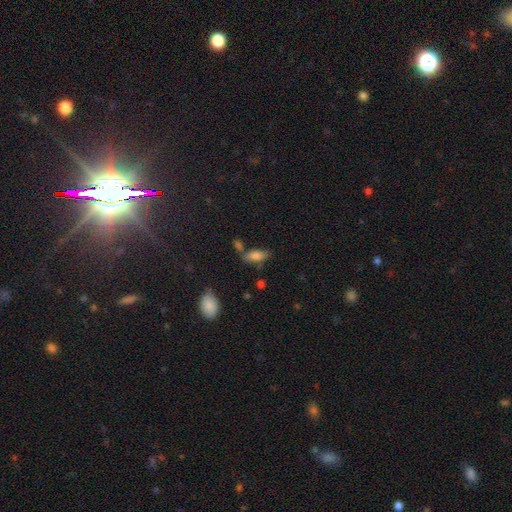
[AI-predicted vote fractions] Smooth or featured? Predicted: smooth (p=0.80). How rounded? Predicted: in between (p=0.78). Merging? Predicted: none (p=0.63).